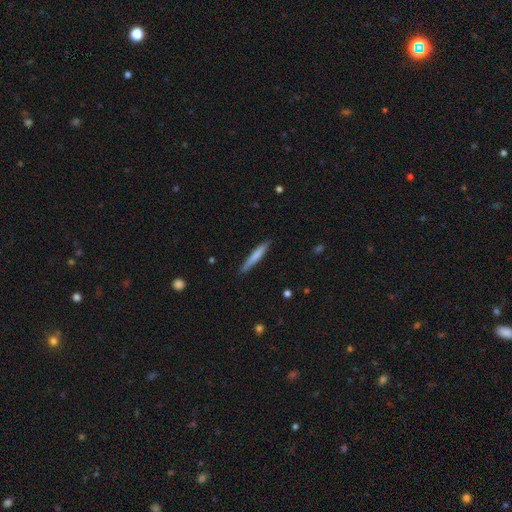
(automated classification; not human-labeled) This appears to be a smooth galaxy with no disk features (69%) that is cigar-shaped (95%). Merging: none (88%).